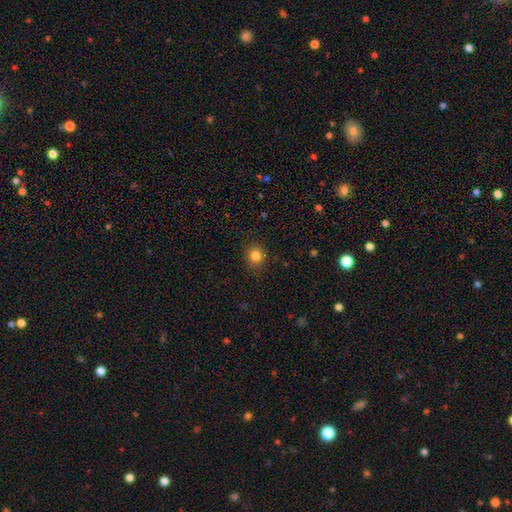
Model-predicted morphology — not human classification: This appears to be a smooth galaxy with no disk features (83%) that is round (84%). Merging: none (88%).